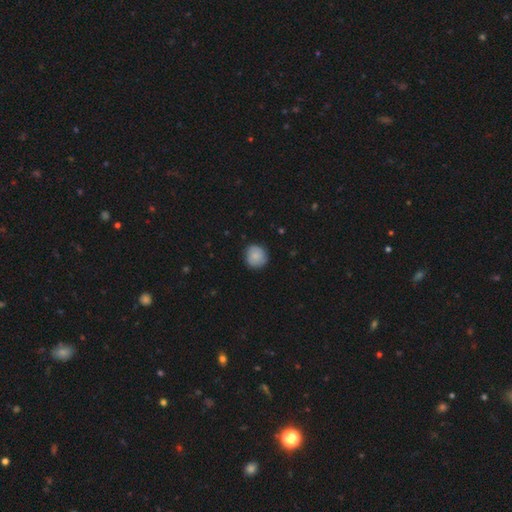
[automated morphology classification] Smooth or featured: smooth — 83% (featured or disk — 10%)
How rounded: round — 91% (in between — 8%)
Merging: none — 84% (minor disturbance — 12%)